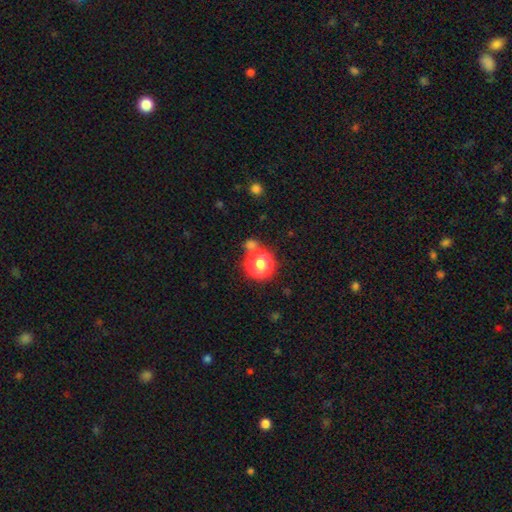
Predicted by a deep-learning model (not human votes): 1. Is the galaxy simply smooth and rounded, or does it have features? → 64% star or artifact, 30% smooth, 7% featured or disk.